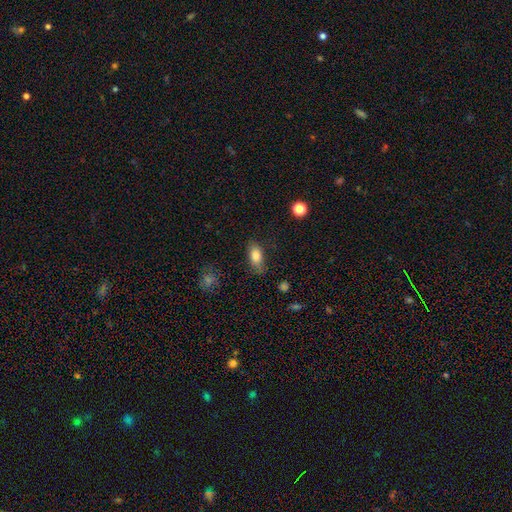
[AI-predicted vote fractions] Smooth or featured? smooth (83%)
How rounded? in between (86%)
Merging? none (73%)